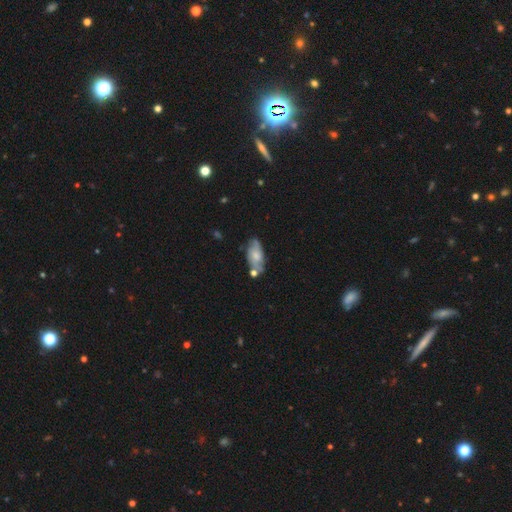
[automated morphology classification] featured or disk 49%, smooth 44%, star or artifact 7%. Down the decision tree: merging — none (57%).